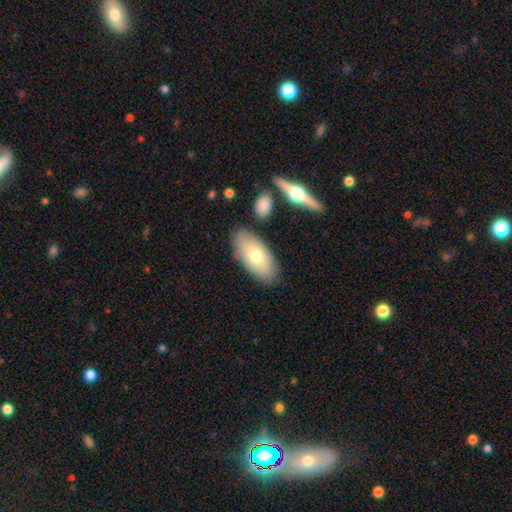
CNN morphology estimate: Overall: smooth (66%; featured or disk 27%). How rounded: in between (92%). Merging: none (80%).